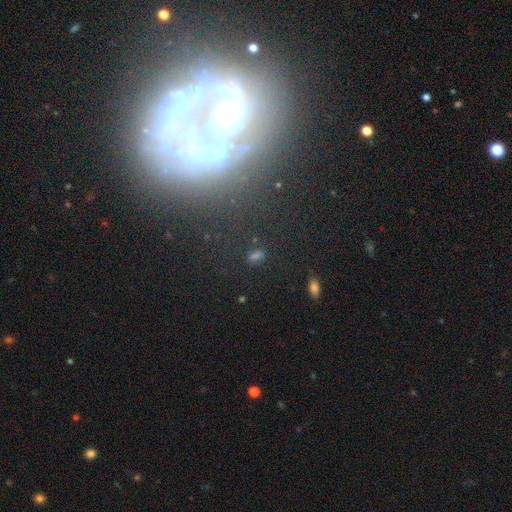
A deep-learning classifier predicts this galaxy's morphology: The model was most divided on "smooth or featured": smooth: 44%, star or artifact: 39%, featured or disk: 17%. More confident: merging — none (75%).